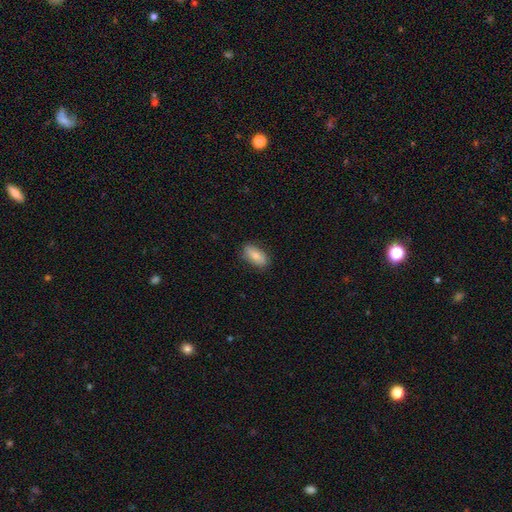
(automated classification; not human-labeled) A smooth galaxy with no disk features (79%) that is in between round and cigar-shaped (87%).

Vote fractions:
- Smooth or featured? smooth: 79% / featured or disk: 15% / star or artifact: 6%
- How rounded? in between: 87% / cigar-shaped: 10% / round: 3%
- Merging? none: 84% / minor disturbance: 13% / major disturbance: 2% / merger: 1%